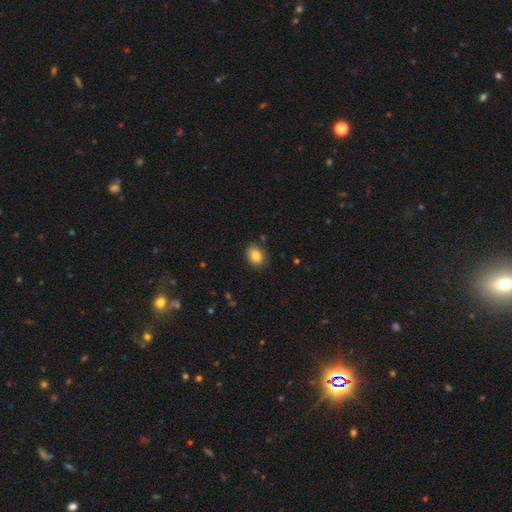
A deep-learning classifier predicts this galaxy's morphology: This is clearly a smooth galaxy (85%). How rounded: likely in between (69%). Merging: clearly none (84%).